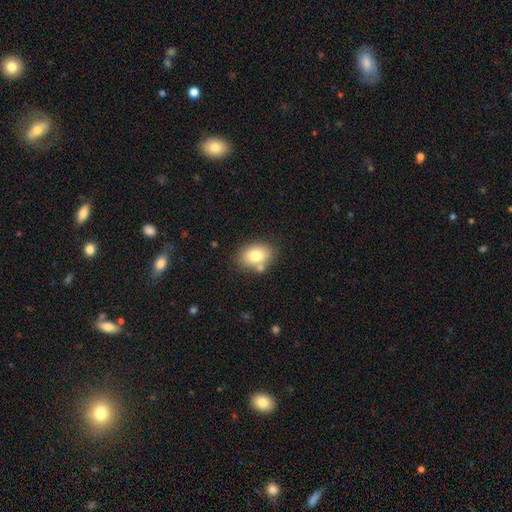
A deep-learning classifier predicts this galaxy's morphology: A smooth galaxy with no disk features (78%) that is in between round and cigar-shaped (74%).

Vote fractions:
- Smooth or featured? smooth: 78% / featured or disk: 14% / star or artifact: 9%
- How rounded? in between: 74% / round: 25% / cigar-shaped: 1%
- Merging? none: 71% / minor disturbance: 14% / merger: 12% / major disturbance: 4%